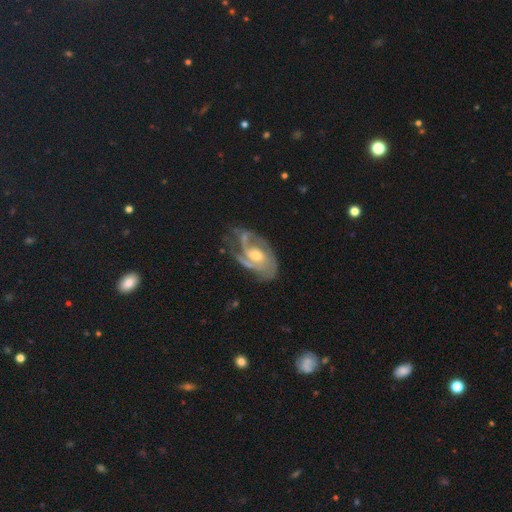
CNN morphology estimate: Smooth or featured?
  - featured or disk: 85% *
  - smooth: 10%
  - star or artifact: 5%
Edge-on disk?
  - no: 96% *
  - yes: 4%
Bar?
  - no: 59% *
  - weak: 33%
  - strong: 9%
Spiral arms?
  - yes: 93% *
  - no: 7%
Spiral winding?
  - tight: 44% *
  - medium: 41%
  - loose: 14%
Spiral arm count?
  - 2: 46% *
  - can't tell: 19%
  - 3: 16%
  - 1: 12%
  - 4: 4%
  - more than 4: 3%
Bulge size?
  - moderate: 61% *
  - small: 32%
  - large: 4%
  - none: 2%
  - dominant: 1%
Merging?
  - none: 48% *
  - minor disturbance: 26%
  - major disturbance: 22%
  - merger: 4%